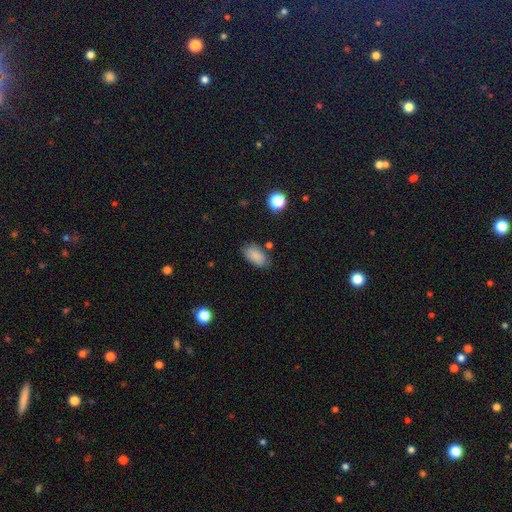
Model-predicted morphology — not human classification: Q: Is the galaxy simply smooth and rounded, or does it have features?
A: smooth — 85%.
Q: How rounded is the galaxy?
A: in between — 93%.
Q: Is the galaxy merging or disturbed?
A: none — 76%.